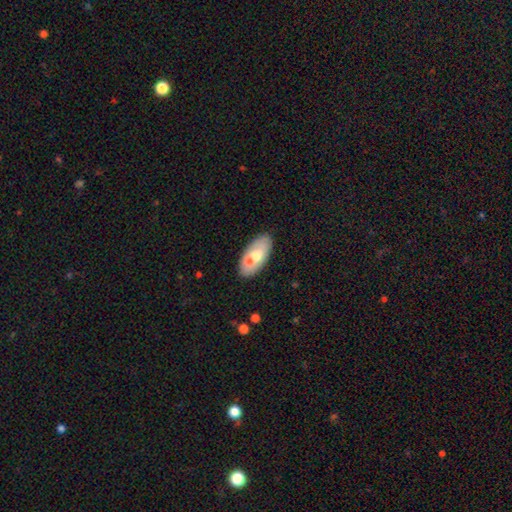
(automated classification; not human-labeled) A smooth galaxy with no disk features (57%) that is in between round and cigar-shaped (91%). Merging: none (58%).